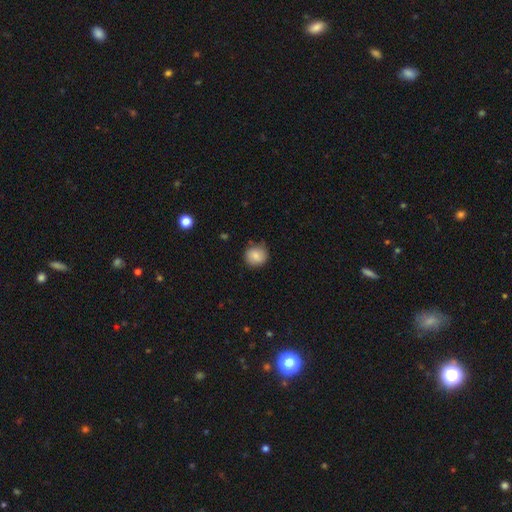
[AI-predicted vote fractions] A smooth galaxy with no disk features (82%) that is round (87%). Merging: none (78%).